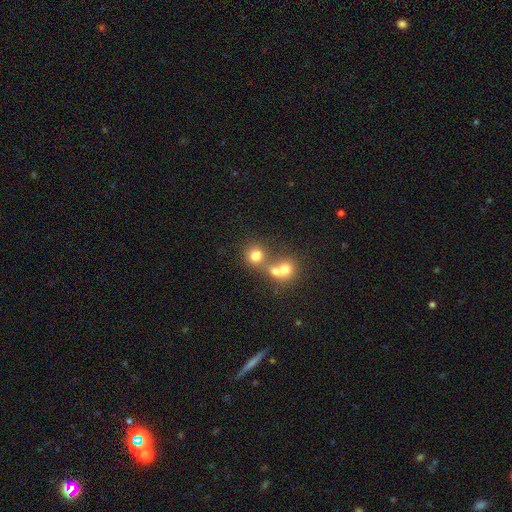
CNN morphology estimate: smooth_or_featured: smooth (p=0.76) [alt: star or artifact p=0.13]
how_rounded: round (p=0.85) [alt: in between p=0.14]
merging: none (p=0.47) [alt: merger p=0.42]